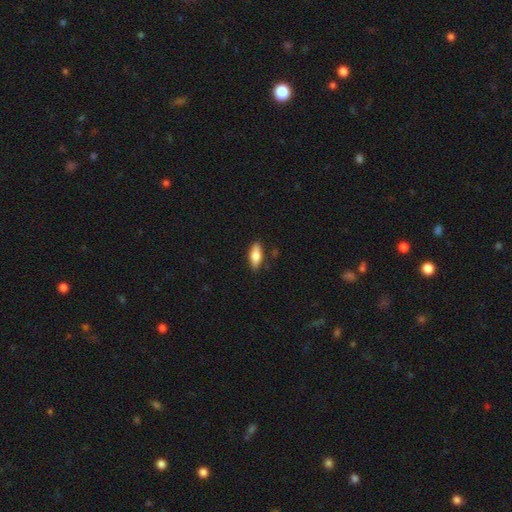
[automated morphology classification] This is likely a smooth galaxy (73%). How rounded: likely in between (73%). Merging: clearly none (84%).